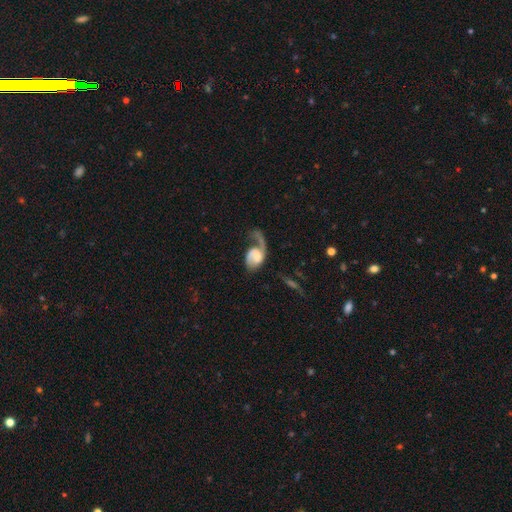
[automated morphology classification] Smooth or featured? Predicted: featured or disk (p=0.73). Edge-on disk? Predicted: no (p=0.97). Bar? Predicted: no (p=0.51). Spiral arms? Predicted: yes (p=0.91). Spiral winding? Predicted: loose (p=0.52). Spiral arm count? Predicted: 1 (p=0.60). Bulge size? Predicted: small (p=0.33). Merging? Predicted: major disturbance (p=0.49).